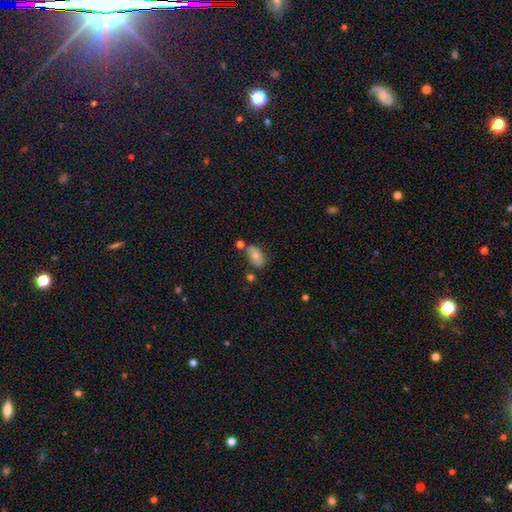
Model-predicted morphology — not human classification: Overall: smooth (69%). How rounded: in between (91%). Merging: none (69%).